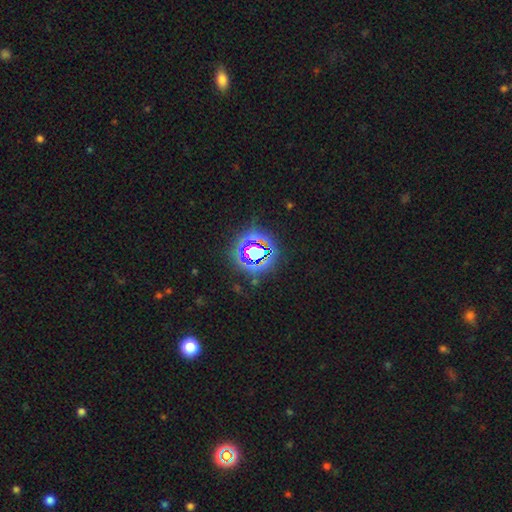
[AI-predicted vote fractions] Q: Smooth or featured?
A: star or artifact (78%); runner-up: smooth (15%)